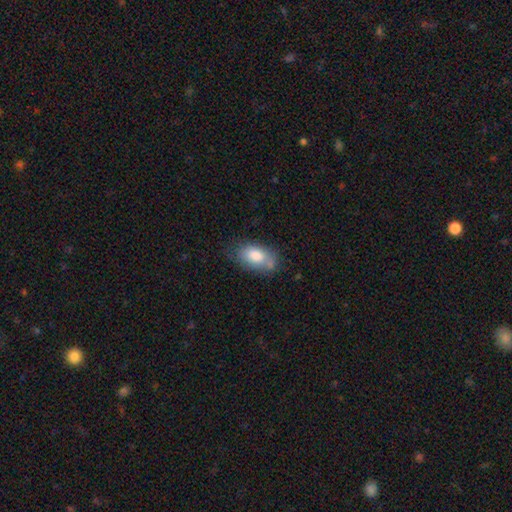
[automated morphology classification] Smooth or featured: smooth — 80% (featured or disk — 13%)
How rounded: in between — 91% (round — 7%)
Merging: none — 56% (minor disturbance — 28%)